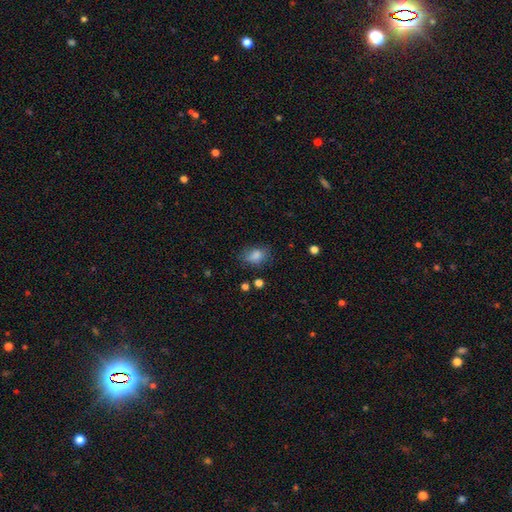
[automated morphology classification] The model was most divided on "merging": none: 65%, minor disturbance: 24%, major disturbance: 9%, merger: 2%. More confident: smooth or featured — smooth (81%); how rounded — in between (74%).